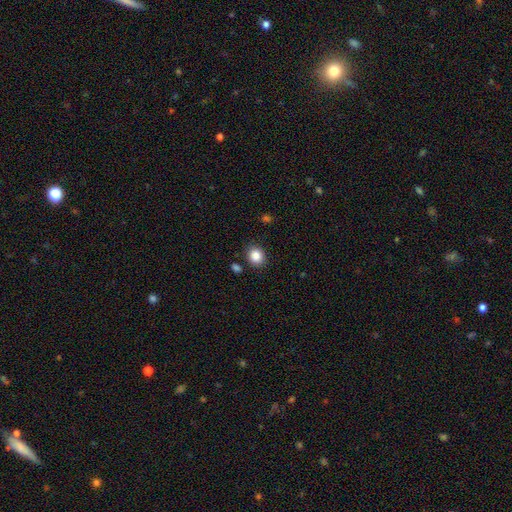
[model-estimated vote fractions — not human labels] A smooth galaxy with no disk features (86%) that is round (69%).

Vote fractions:
- Smooth or featured? smooth: 86% / star or artifact: 9% / featured or disk: 5%
- How rounded? round: 69% / in between: 30% / cigar-shaped: 1%
- Merging? none: 85% / minor disturbance: 9% / merger: 3% / major disturbance: 3%